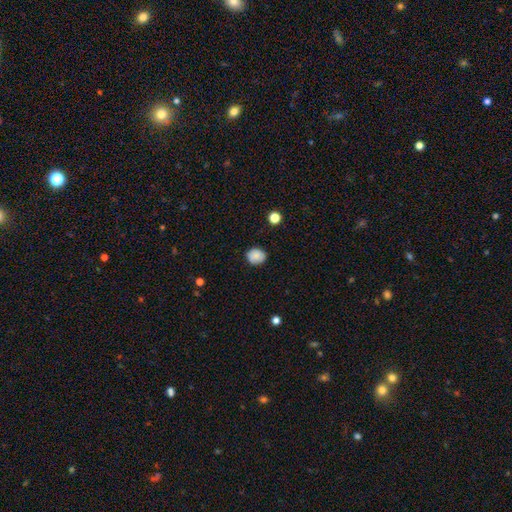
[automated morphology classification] This is clearly a smooth galaxy (84%). How rounded: likely round (69%). Merging: clearly none (81%).